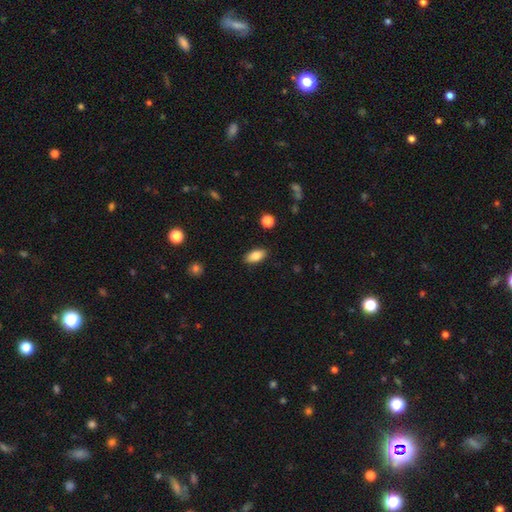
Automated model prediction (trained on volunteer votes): smooth 83%, featured or disk 10%, star or artifact 8%. Down the decision tree: how rounded — in between (90%); merging — none (88%).